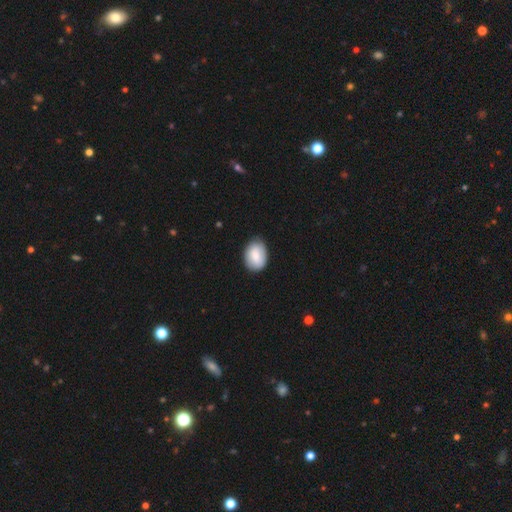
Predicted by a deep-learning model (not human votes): Smooth or featured: smooth — 78% (featured or disk — 16%)
How rounded: in between — 77% (round — 22%)
Merging: none — 79% (minor disturbance — 17%)